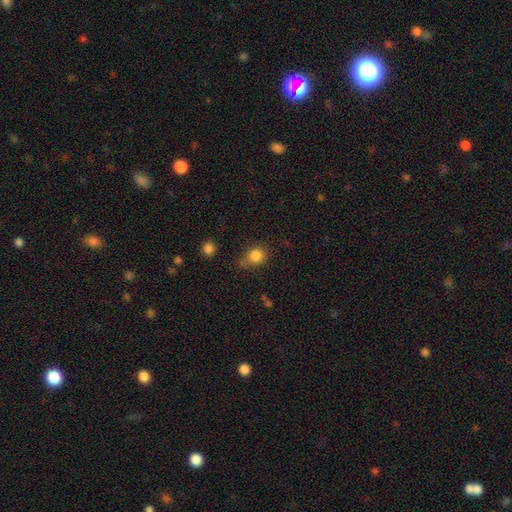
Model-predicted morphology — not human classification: Q: Smooth or featured?
A: smooth (84%); runner-up: star or artifact (11%)
Q: How rounded?
A: round (76%); runner-up: in between (23%)
Q: Merging?
A: none (64%); runner-up: minor disturbance (19%)